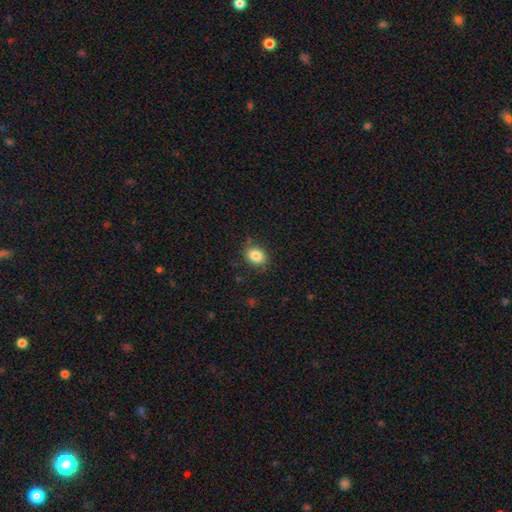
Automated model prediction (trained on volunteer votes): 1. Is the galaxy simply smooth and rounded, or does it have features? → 85% smooth, 9% star or artifact, 6% featured or disk.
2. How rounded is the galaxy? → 55% in between, 44% round, 1% cigar-shaped.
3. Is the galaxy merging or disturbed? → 81% none, 14% minor disturbance, 3% major disturbance, 2% merger.